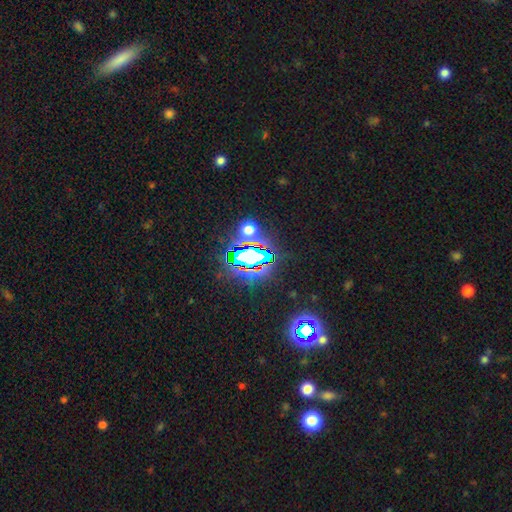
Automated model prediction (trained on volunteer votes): Smooth or featured?
  - star or artifact: 69% *
  - smooth: 18%
  - featured or disk: 13%